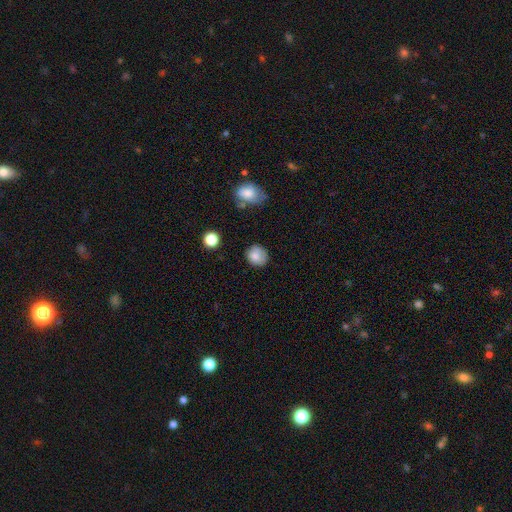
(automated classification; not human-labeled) A smooth galaxy with no disk features (82%) that is round (78%).

Vote fractions:
- Smooth or featured? smooth: 82% / featured or disk: 10% / star or artifact: 9%
- How rounded? round: 78% / in between: 21% / cigar-shaped: 1%
- Merging? none: 72% / minor disturbance: 21% / major disturbance: 5% / merger: 2%